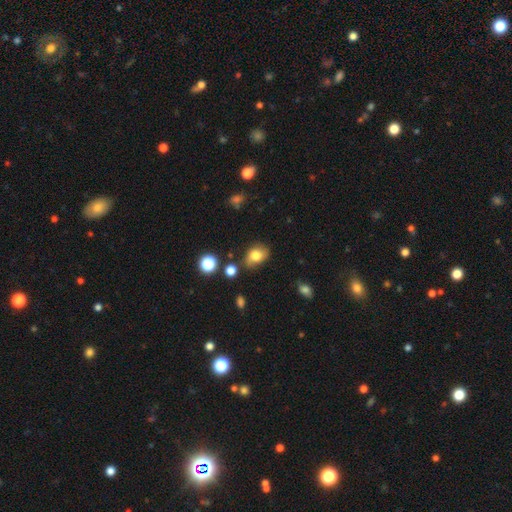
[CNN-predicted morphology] A smooth galaxy with no disk features (75%) that is in between round and cigar-shaped (69%).

Vote fractions:
- Smooth or featured? smooth: 75% / featured or disk: 14% / star or artifact: 11%
- How rounded? in between: 69% / round: 30% / cigar-shaped: 1%
- Merging? none: 60% / minor disturbance: 26% / major disturbance: 8% / merger: 6%